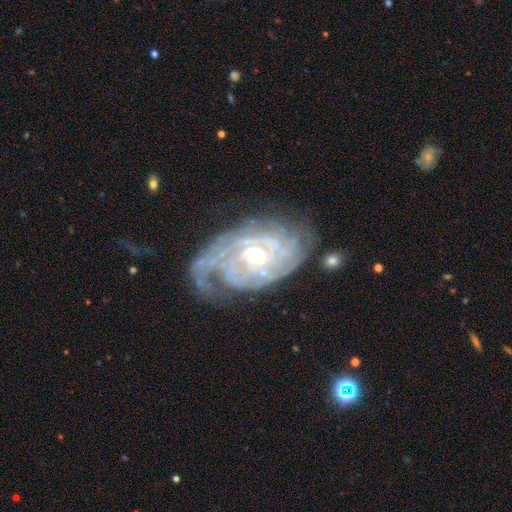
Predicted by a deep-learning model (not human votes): A featured or disk galaxy (90%) with no bar (44%), tight (73%) spiral arms (97%) and a moderate central bulge (57%).

Vote fractions:
- Smooth or featured? featured or disk: 90% / star or artifact: 6% / smooth: 5%
- Edge-on disk? no: 96% / yes: 4%
- Bar? no: 44% / weak: 40% / strong: 16%
- Spiral arms? yes: 97% / no: 3%
- Spiral winding? tight: 73% / medium: 22% / loose: 5%
- Spiral arm count? can't tell: 31% / 4: 18% / 3: 18% / 2: 15% / more than 4: 10% / 1: 7%
- Bulge size? moderate: 57% / small: 38% / large: 3% / none: 1% / dominant: 1%
- Merging? none: 62% / minor disturbance: 23% / major disturbance: 12% / merger: 2%